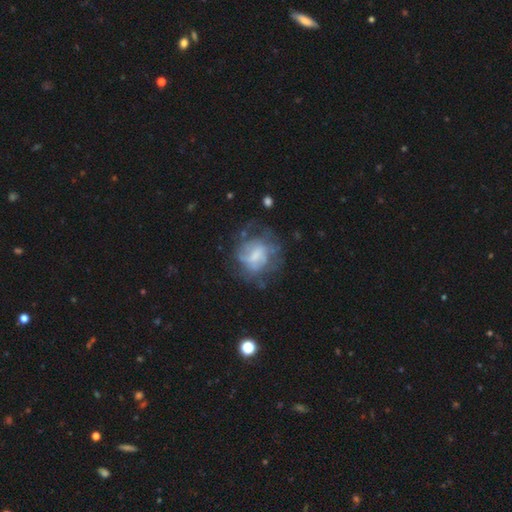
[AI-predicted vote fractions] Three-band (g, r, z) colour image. It shows a featured or disk galaxy (59%) with a weak bar (44%), spiral arms (58%) and no central bulge (33%). Merging: none (48%).